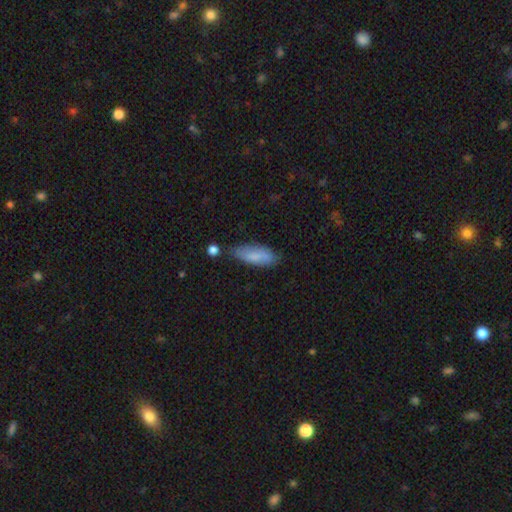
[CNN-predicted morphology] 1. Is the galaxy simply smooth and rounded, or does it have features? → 79% smooth, 15% featured or disk, 6% star or artifact.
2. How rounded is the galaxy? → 63% in between, 35% cigar-shaped, 2% round.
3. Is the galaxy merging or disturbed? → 68% none, 22% minor disturbance, 5% merger, 4% major disturbance.